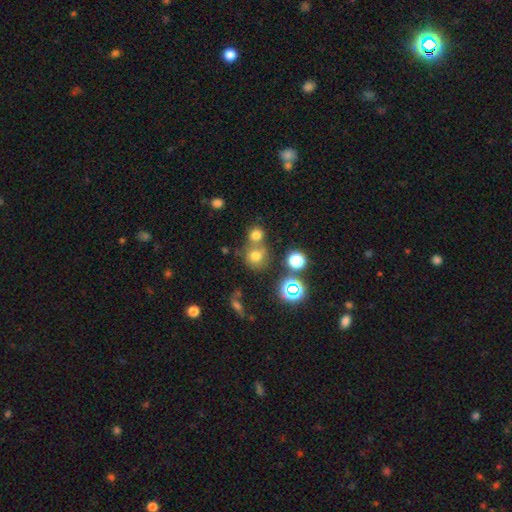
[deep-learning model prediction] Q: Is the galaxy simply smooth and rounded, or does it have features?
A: smooth — 69%.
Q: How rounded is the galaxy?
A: round — 85%.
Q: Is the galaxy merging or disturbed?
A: none — 55%.